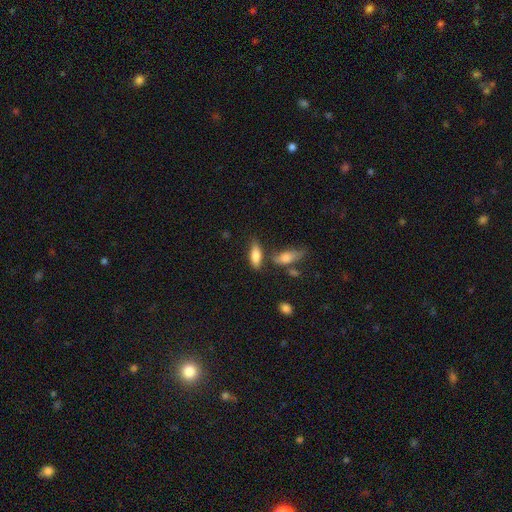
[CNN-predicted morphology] Smooth or featured? Predicted: smooth (p=0.78). How rounded? Predicted: in between (p=0.71). Merging? Predicted: none (p=0.62).